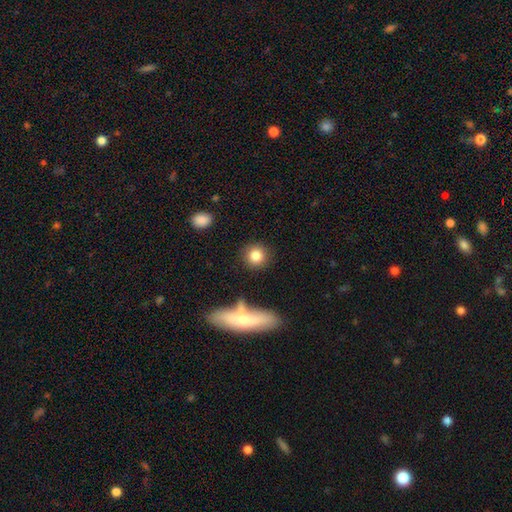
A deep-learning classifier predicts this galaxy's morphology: The model was most divided on "smooth or featured": smooth: 83%, star or artifact: 9%, featured or disk: 8%. More confident: how rounded — round (90%); merging — none (85%).